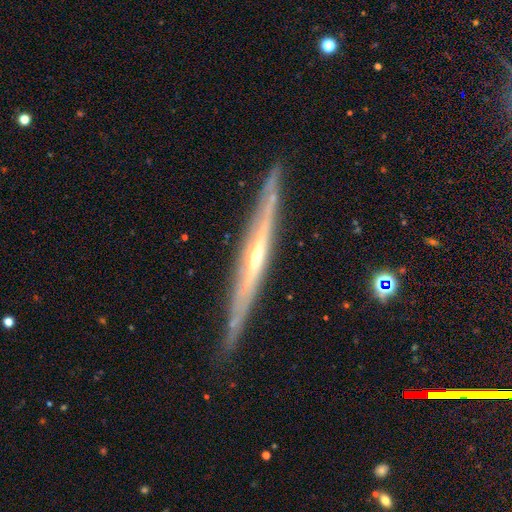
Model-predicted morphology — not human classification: A featured or disk galaxy (81%) viewed edge-on (96%) with a rounded central bulge (55%).

Vote fractions:
- Smooth or featured? featured or disk: 81% / smooth: 13% / star or artifact: 6%
- Edge-on disk? yes: 96% / no: 4%
- Edge-on bulge? rounded: 55% / none: 40% / boxy: 6%
- Merging? none: 87% / minor disturbance: 10% / major disturbance: 2% / merger: 1%